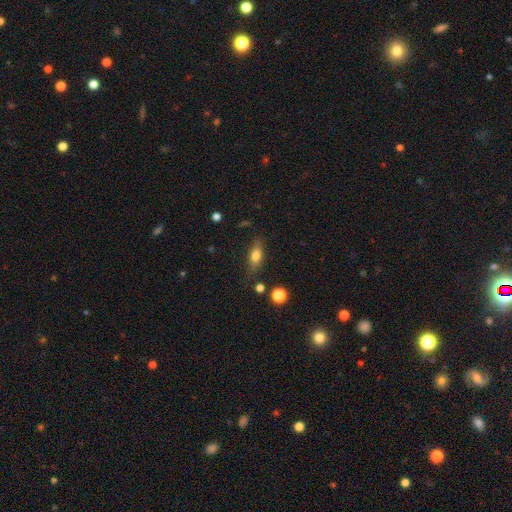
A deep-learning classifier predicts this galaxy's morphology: Smooth or featured? Predicted: smooth (p=0.69). How rounded? Predicted: in between (p=0.71). Merging? Predicted: none (p=0.72).